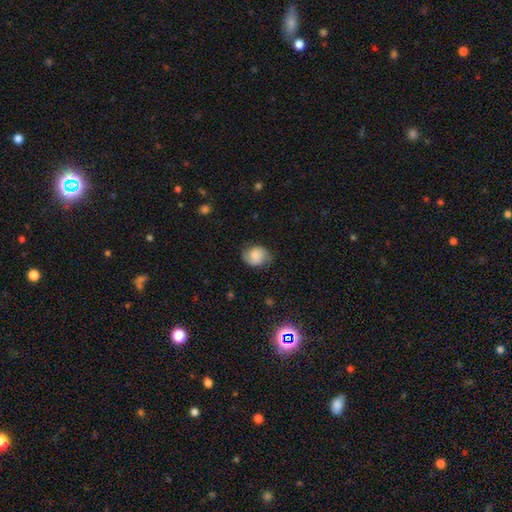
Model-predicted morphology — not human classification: smooth-or-featured: smooth: 56% | featured or disk: 34% | star or artifact: 9%
  how-rounded: round: 54% | in between: 45% | cigar-shaped: 1%
  merging: none: 69% | minor disturbance: 22% | major disturbance: 7% | merger: 1%